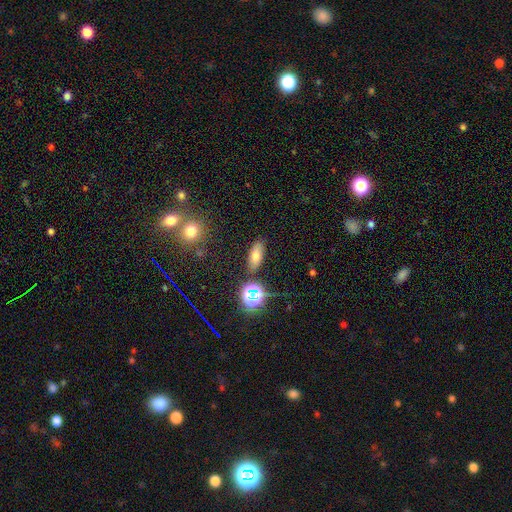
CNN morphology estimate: This appears to be a smooth galaxy with no disk features (66%) that is in between round and cigar-shaped (73%). Merging: none (84%).